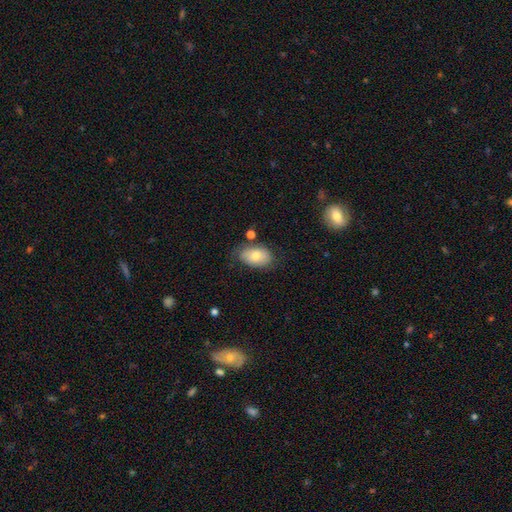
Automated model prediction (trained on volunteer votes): smooth 75%, featured or disk 17%, star or artifact 7%. Down the decision tree: how rounded — in between (89%); merging — none (69%).